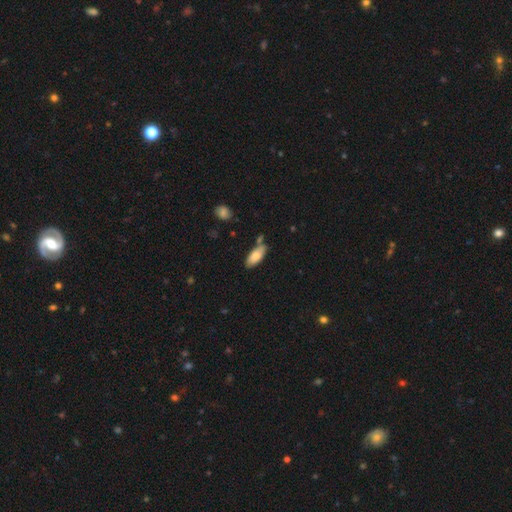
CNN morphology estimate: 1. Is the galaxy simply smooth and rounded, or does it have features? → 77% smooth, 16% featured or disk, 6% star or artifact.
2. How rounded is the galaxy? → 81% in between, 17% cigar-shaped, 2% round.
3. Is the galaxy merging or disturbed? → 68% none, 19% minor disturbance, 10% merger, 4% major disturbance.